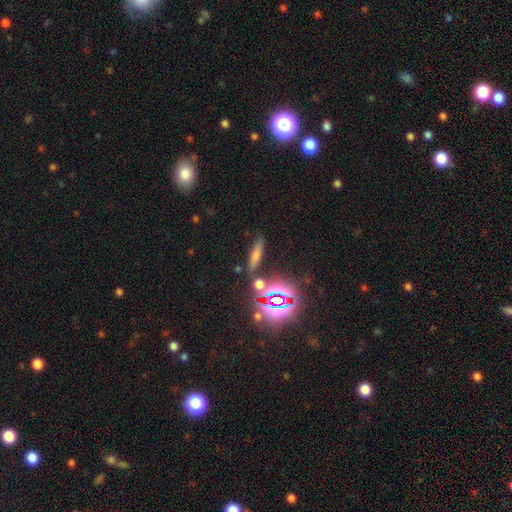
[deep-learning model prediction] Smooth or featured? smooth (57%)
How rounded? cigar-shaped (70%)
Merging? none (77%)